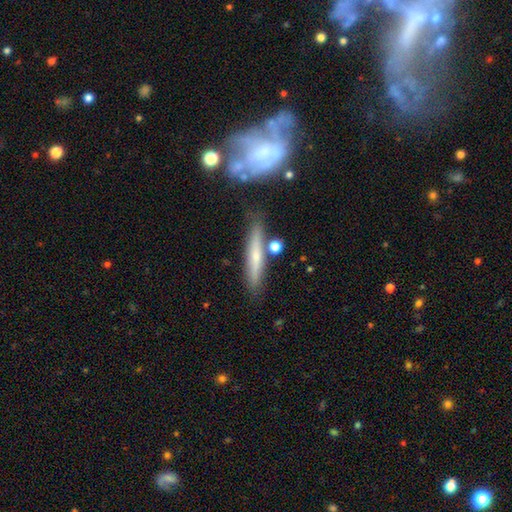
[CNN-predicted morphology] smooth 47%, featured or disk 46%, star or artifact 7%. Down the decision tree: merging — none (78%).